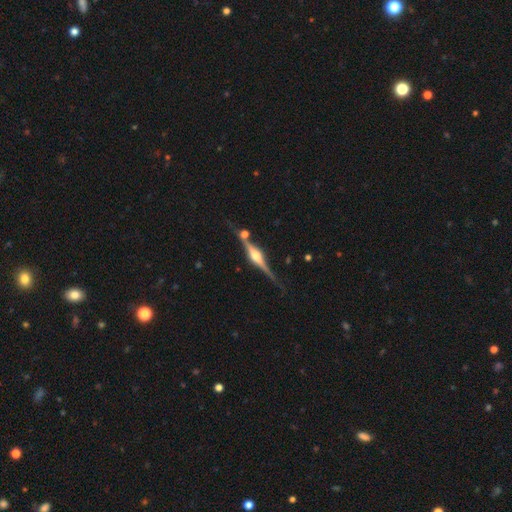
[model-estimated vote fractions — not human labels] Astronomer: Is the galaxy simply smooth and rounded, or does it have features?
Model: featured or disk — 87%.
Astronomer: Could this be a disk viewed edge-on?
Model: yes — 98%.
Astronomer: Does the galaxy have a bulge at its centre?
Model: rounded — 92%.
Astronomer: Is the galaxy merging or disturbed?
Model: none — 79%.